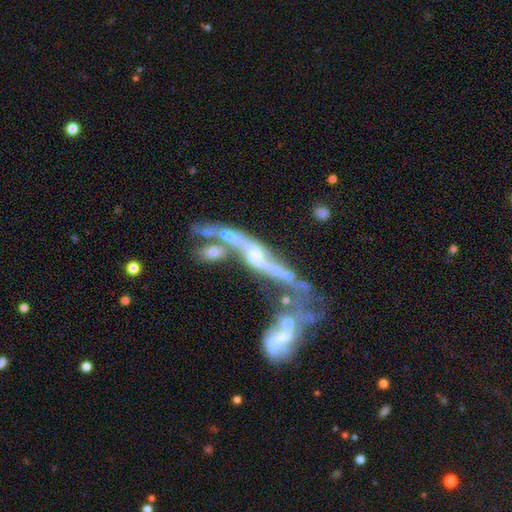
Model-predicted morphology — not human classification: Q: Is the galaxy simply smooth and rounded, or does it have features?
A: featured or disk — 80%.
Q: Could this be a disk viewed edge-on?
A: no — 57%.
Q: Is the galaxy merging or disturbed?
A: merger — 51%.